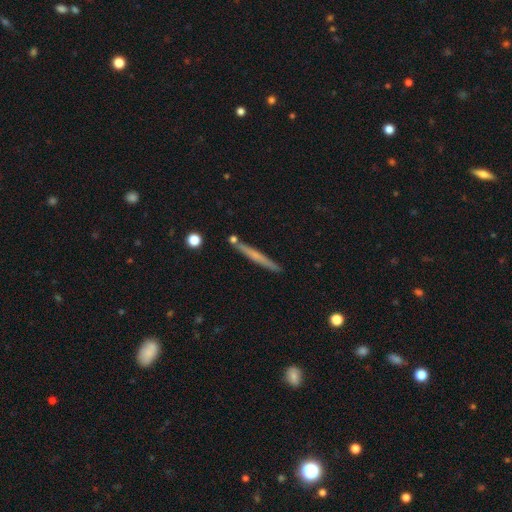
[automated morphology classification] Q: Smooth or featured?
A: smooth (49%); runner-up: featured or disk (45%)
Q: Merging?
A: none (87%); runner-up: minor disturbance (8%)